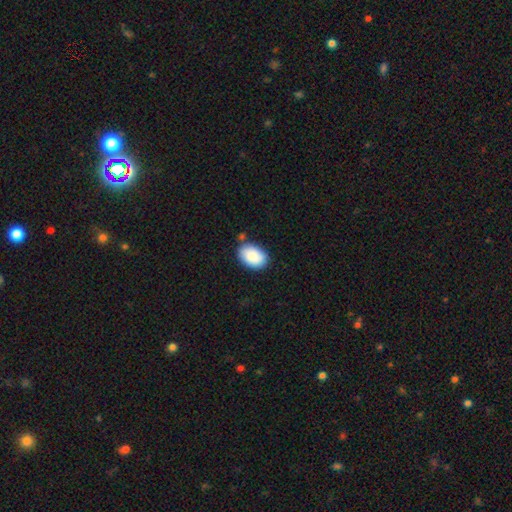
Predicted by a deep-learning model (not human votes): A smooth galaxy with no disk features (89%) that is in between round and cigar-shaped (88%).

Vote fractions:
- Smooth or featured? smooth: 89% / star or artifact: 6% / featured or disk: 5%
- How rounded? in between: 88% / round: 11% / cigar-shaped: 1%
- Merging? none: 79% / minor disturbance: 14% / merger: 4% / major disturbance: 3%